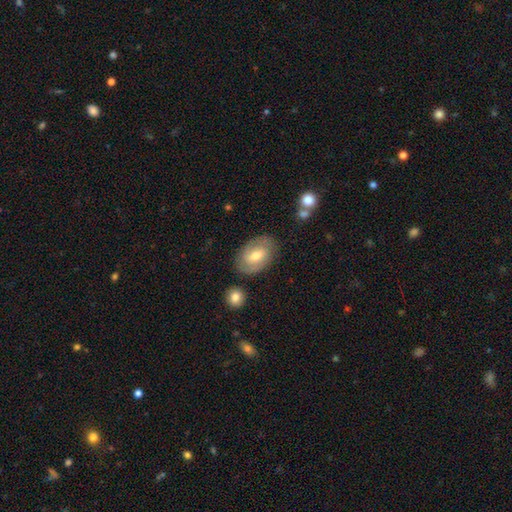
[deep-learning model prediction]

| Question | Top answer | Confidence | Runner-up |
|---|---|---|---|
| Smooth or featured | smooth | 47% | featured or disk (46%) |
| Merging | none | 79% | minor disturbance (14%) |